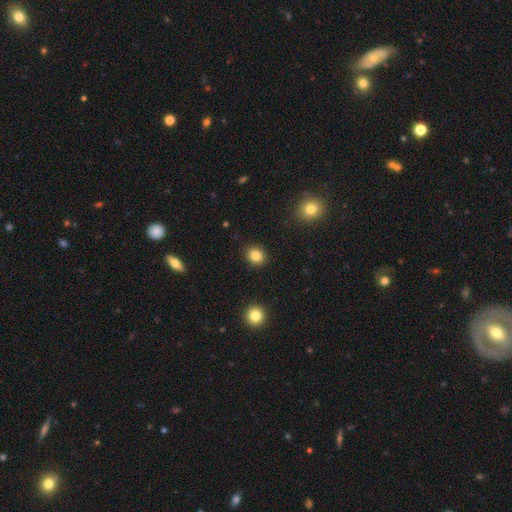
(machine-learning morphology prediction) The model was most divided on "how rounded": round: 79%, in between: 21%, cigar-shaped: 1%. More confident: merging — none (91%); smooth or featured — smooth (83%).